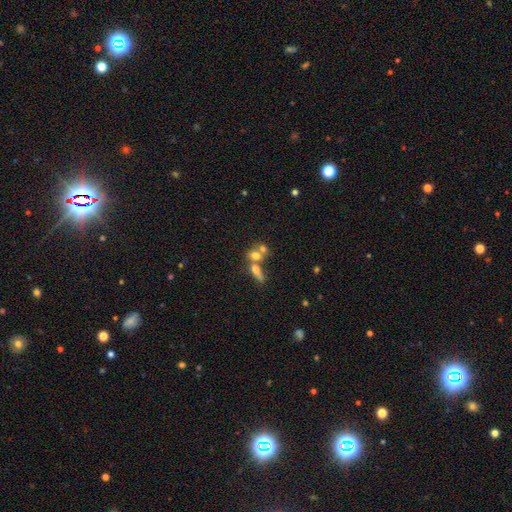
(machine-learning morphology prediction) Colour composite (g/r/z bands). It shows a smooth galaxy with no disk features (63%) that is in between round and cigar-shaped (51%). Merging: merger (59%).